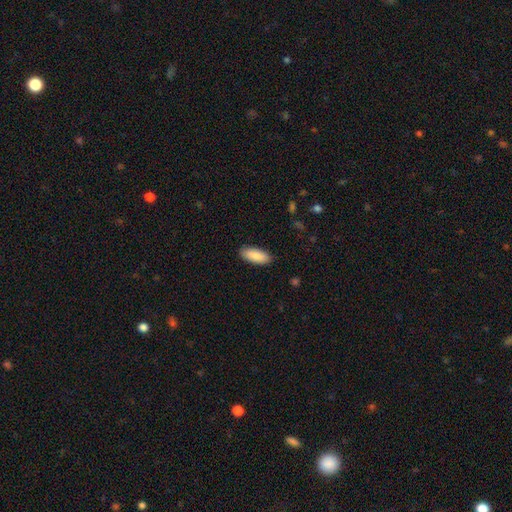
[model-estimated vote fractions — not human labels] Smooth or featured?
  - smooth: 89% *
  - star or artifact: 6%
  - featured or disk: 5%
How rounded?
  - in between: 81% *
  - cigar-shaped: 18%
  - round: 2%
Merging?
  - none: 88% *
  - minor disturbance: 9%
  - major disturbance: 2%
  - merger: 1%